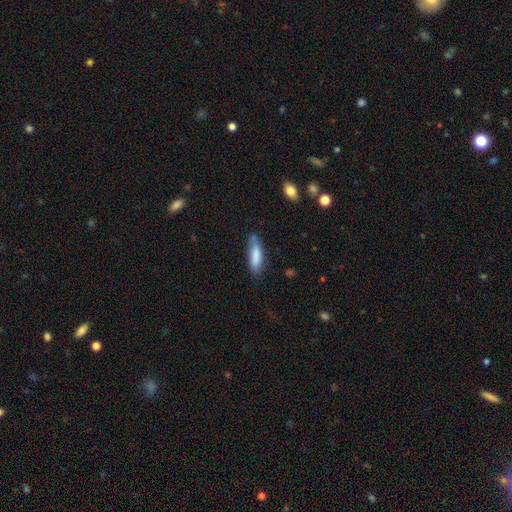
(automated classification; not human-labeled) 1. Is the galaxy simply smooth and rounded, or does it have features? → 81% smooth, 12% featured or disk, 6% star or artifact.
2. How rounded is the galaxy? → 62% cigar-shaped, 37% in between, 2% round.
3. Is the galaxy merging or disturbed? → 68% none, 24% minor disturbance, 5% major disturbance, 3% merger.